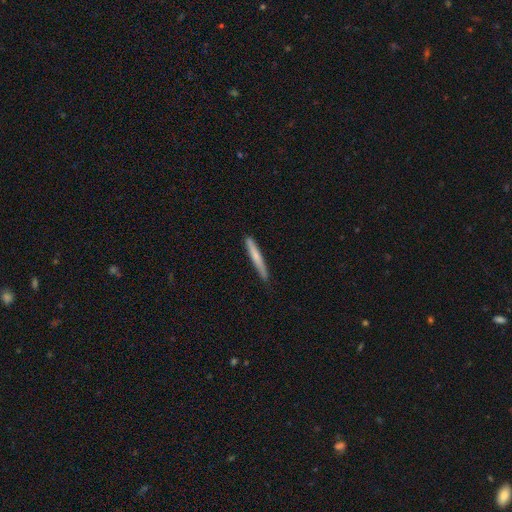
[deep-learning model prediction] The model was most divided on "smooth or featured": smooth: 65%, featured or disk: 30%, star or artifact: 5%. More confident: how rounded — cigar-shaped (96%); merging — none (86%).